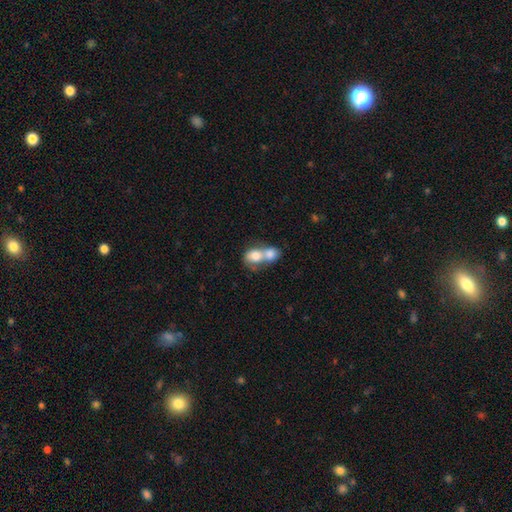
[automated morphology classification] The model was most divided on "how rounded": in between: 52%, round: 46%, cigar-shaped: 2%. More confident: merging — merger (82%); smooth or featured — smooth (72%).